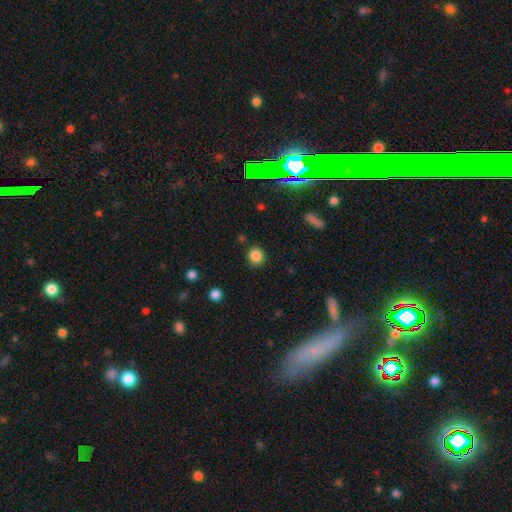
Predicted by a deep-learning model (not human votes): Smooth or featured? Predicted: smooth (p=0.85). How rounded? Predicted: round (p=0.86). Merging? Predicted: none (p=0.85).